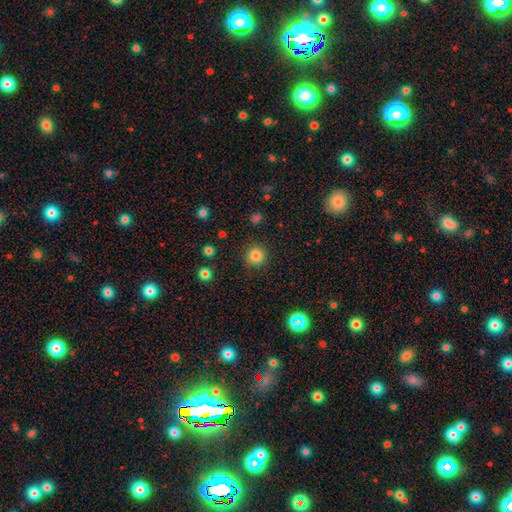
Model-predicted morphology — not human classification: Q: Smooth or featured?
A: smooth (83%); runner-up: star or artifact (12%)
Q: How rounded?
A: round (94%); runner-up: in between (5%)
Q: Merging?
A: none (90%); runner-up: minor disturbance (6%)